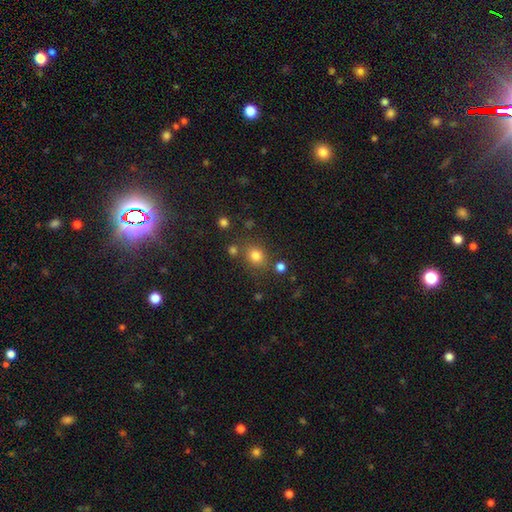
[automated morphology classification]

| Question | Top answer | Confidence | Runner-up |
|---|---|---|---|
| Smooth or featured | smooth | 79% | star or artifact (14%) |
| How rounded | round | 70% | in between (29%) |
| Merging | none | 74% | minor disturbance (12%) |